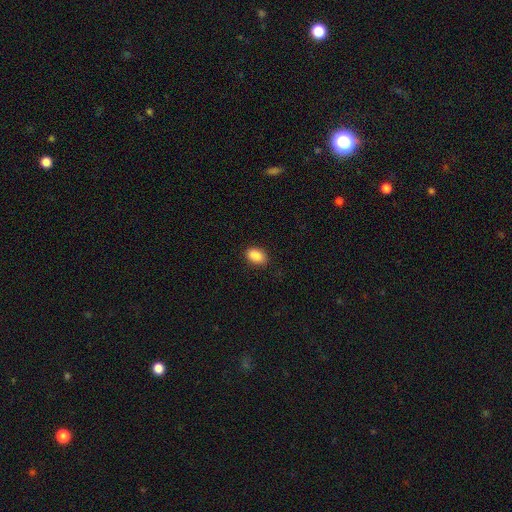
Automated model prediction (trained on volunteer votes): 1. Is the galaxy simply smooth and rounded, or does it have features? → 89% smooth, 8% star or artifact, 3% featured or disk.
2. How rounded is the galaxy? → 85% in between, 14% round, 1% cigar-shaped.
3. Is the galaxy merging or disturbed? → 84% none, 12% minor disturbance, 3% major disturbance, 1% merger.